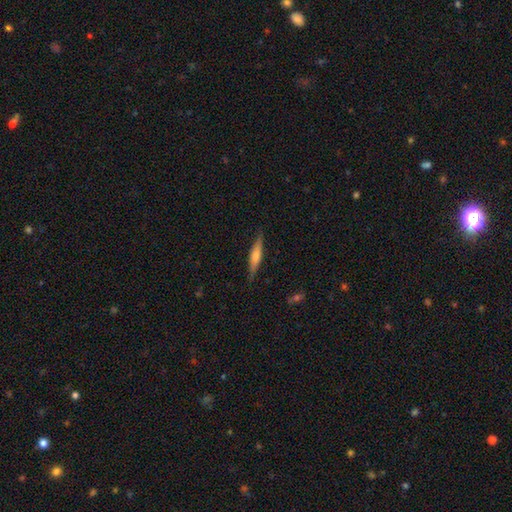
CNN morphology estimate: A smooth galaxy with no disk features (47%, tied with featured or disk).

Vote fractions:
- Smooth or featured? smooth: 47% (tied) / featured or disk: 47% (tied) / star or artifact: 6%
- Merging? none: 86% / minor disturbance: 10% / major disturbance: 2% / merger: 1%